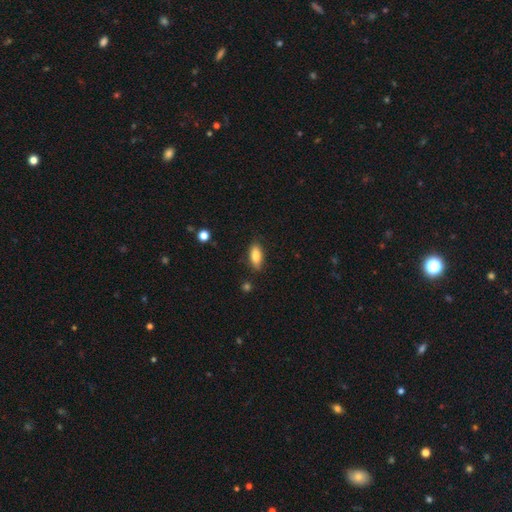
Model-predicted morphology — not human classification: Overall: smooth (84%). How rounded: in between (81%). Merging: none (83%).